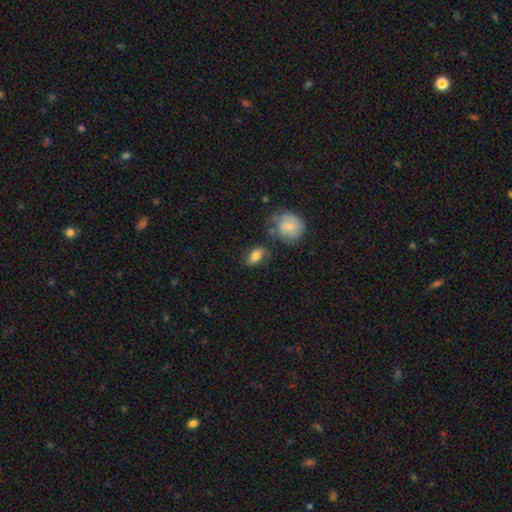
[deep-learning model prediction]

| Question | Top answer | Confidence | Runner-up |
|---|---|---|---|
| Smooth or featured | smooth | 75% | featured or disk (17%) |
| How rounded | in between | 84% | round (12%) |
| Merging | none | 63% | minor disturbance (19%) |